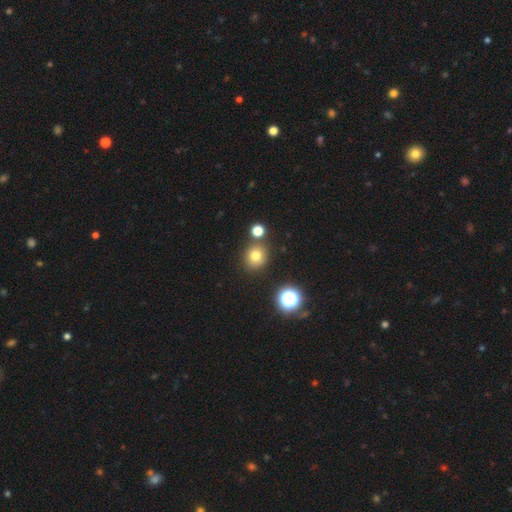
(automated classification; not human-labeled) The model was most divided on "smooth or featured": smooth: 74%, star or artifact: 17%, featured or disk: 8%. More confident: how rounded — round (83%); merging — none (79%).